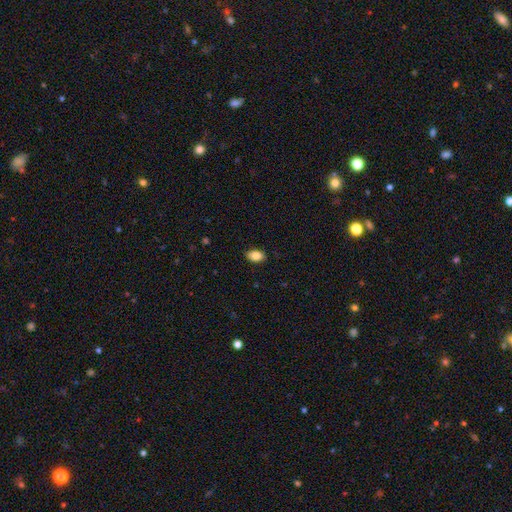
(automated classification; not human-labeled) Morphology: type=smooth (85%); roundness=in between (88%); merging=none (88%).